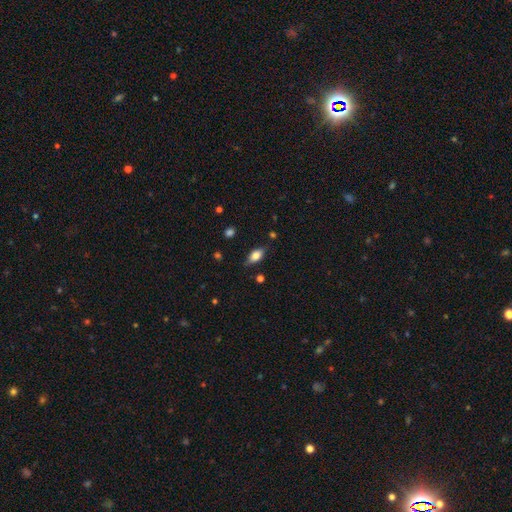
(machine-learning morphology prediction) The model was most divided on "smooth or featured": smooth: 71%, featured or disk: 21%, star or artifact: 8%. More confident: how rounded — in between (85%); merging — none (77%).